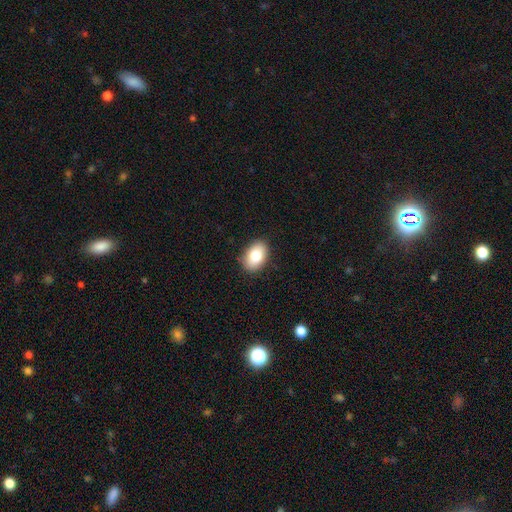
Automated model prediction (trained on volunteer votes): Morphology: type=smooth (81%); roundness=in between (86%); merging=none (87%).